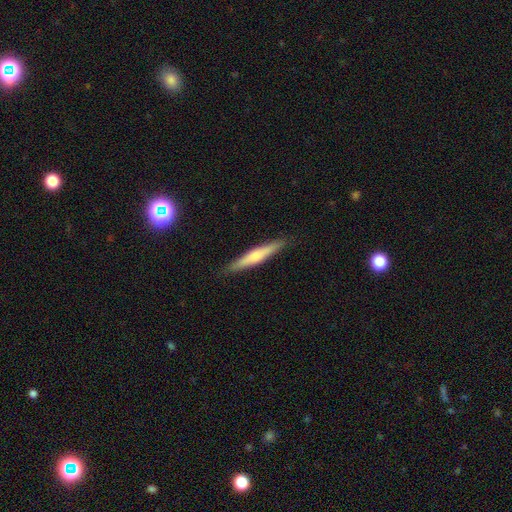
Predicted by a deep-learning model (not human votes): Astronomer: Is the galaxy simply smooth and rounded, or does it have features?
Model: smooth — 49% (runner-up: featured or disk, 45%).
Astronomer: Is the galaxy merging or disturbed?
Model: none — 90%.